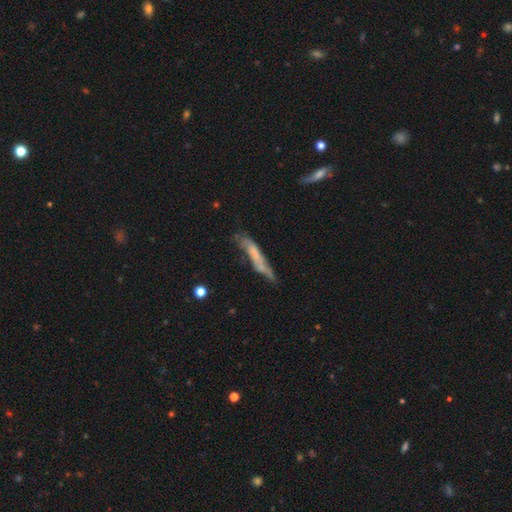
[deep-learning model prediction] Smooth or featured? smooth (47%)
Merging? none (44%)